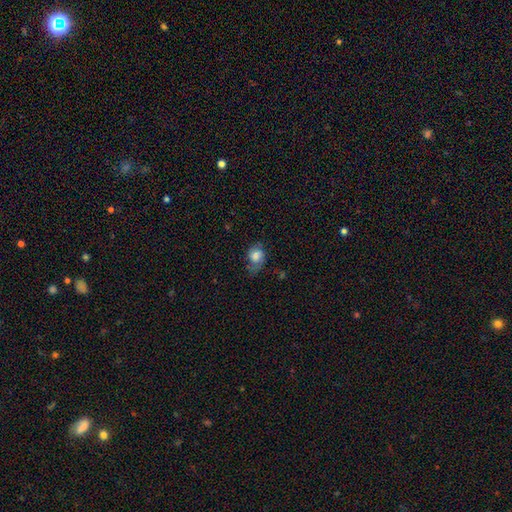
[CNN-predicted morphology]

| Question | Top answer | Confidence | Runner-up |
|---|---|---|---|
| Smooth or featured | smooth | 71% | featured or disk (19%) |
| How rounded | in between | 53% | round (46%) |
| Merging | none | 39% | minor disturbance (36%) |